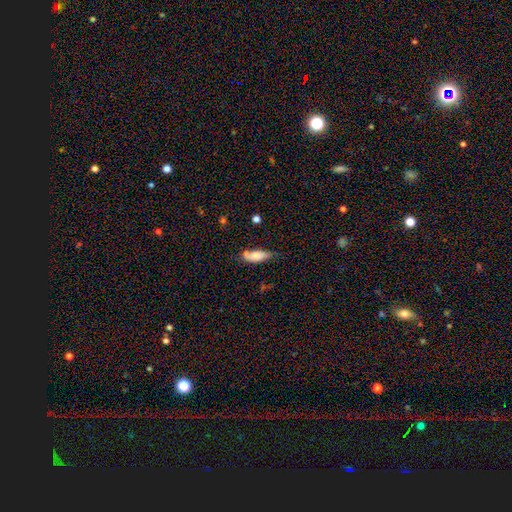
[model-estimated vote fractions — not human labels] Smooth or featured: smooth — 75% (featured or disk — 18%)
How rounded: in between — 64% (cigar-shaped — 34%)
Merging: none — 52% (minor disturbance — 34%)